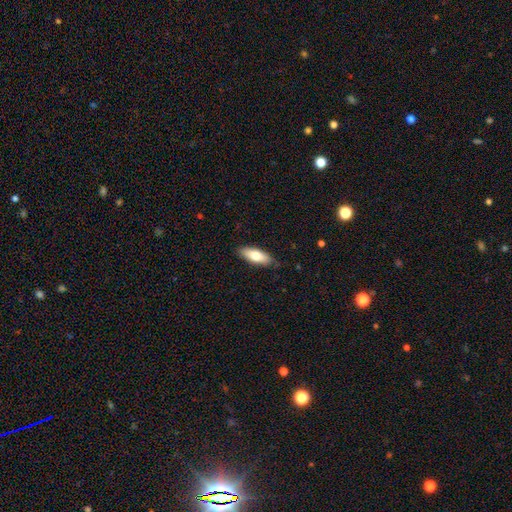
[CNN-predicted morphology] Overall: smooth (73%). How rounded: in between (73%). Merging: none (85%).